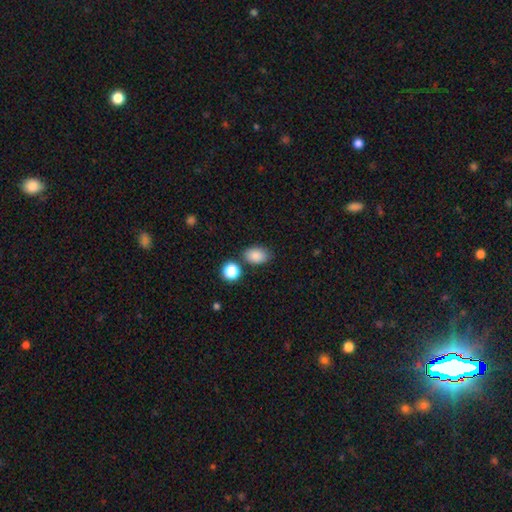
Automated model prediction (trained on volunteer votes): The model was most divided on "merging": none: 77%, minor disturbance: 13%, merger: 7%, major disturbance: 3%. More confident: smooth or featured — smooth (86%); how rounded — in between (85%).